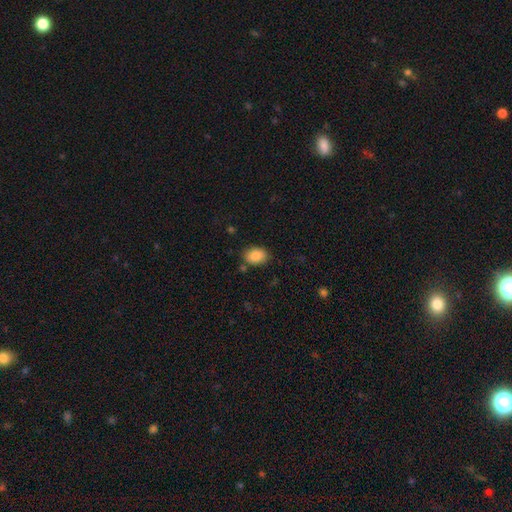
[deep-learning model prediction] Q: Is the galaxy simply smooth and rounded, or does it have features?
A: smooth — 86%.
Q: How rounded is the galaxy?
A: in between — 74%.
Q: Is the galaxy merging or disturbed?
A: none — 82%.